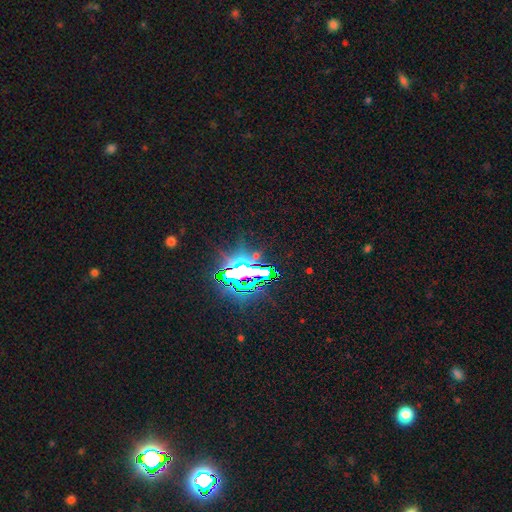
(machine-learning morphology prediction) A star or artifact, not a galaxy (80%).